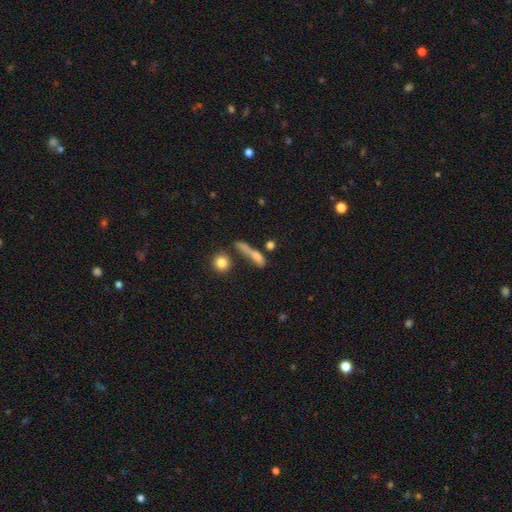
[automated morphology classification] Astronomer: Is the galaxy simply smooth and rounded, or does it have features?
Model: smooth — 59%.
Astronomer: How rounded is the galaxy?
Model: cigar-shaped — 73%.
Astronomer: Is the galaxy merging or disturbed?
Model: none — 53%.